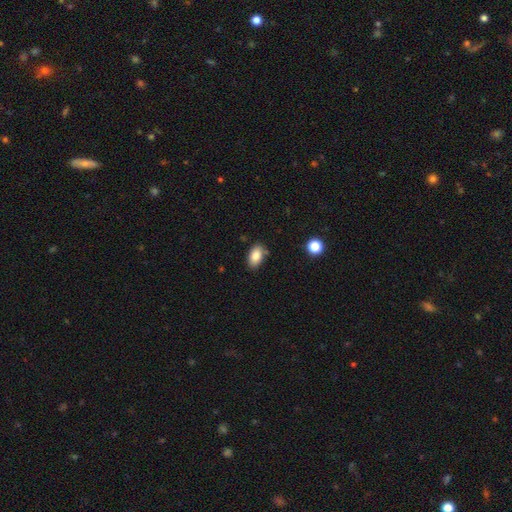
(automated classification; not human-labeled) Smooth or featured? smooth (85%)
How rounded? in between (91%)
Merging? none (80%)